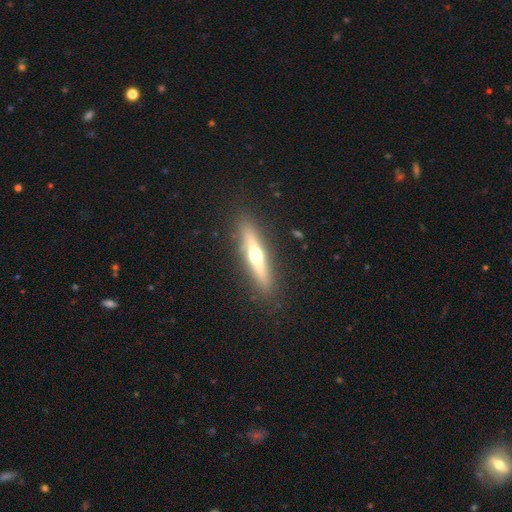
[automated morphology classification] type=featured or disk (61%); edge-on=yes (93%); edge-on bulge=rounded (94%); merging=none (89%).